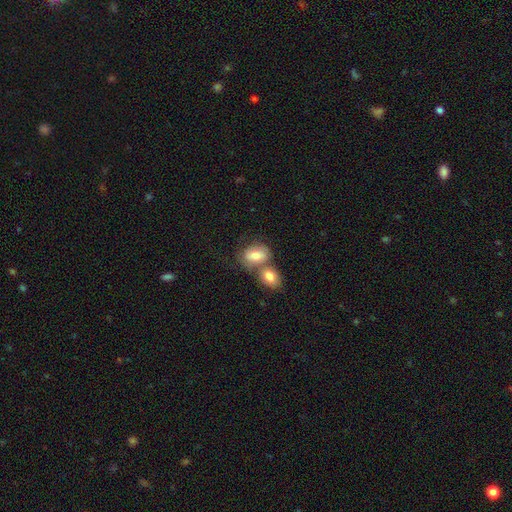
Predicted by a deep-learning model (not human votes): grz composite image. It shows a smooth galaxy with no disk features (70%) that is in between round and cigar-shaped (82%). Merging: merger (52%).